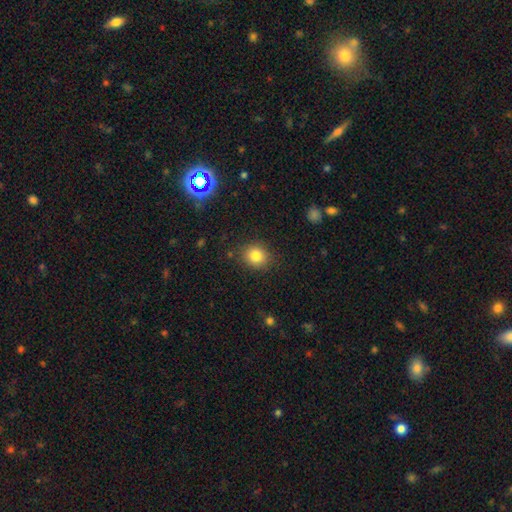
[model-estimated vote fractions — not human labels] This is clearly a smooth galaxy (82%). How rounded: likely round (75%). Merging: clearly none (86%).